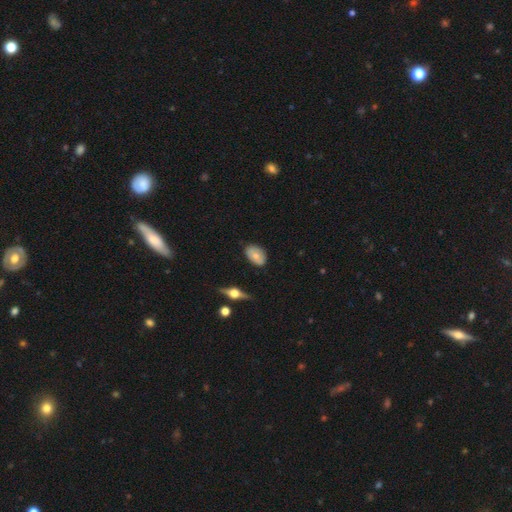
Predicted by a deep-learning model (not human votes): smooth_or_featured: smooth (p=0.63) [alt: featured or disk p=0.29]
how_rounded: in between (p=0.87) [alt: round p=0.11]
merging: none (p=0.78) [alt: minor disturbance p=0.17]